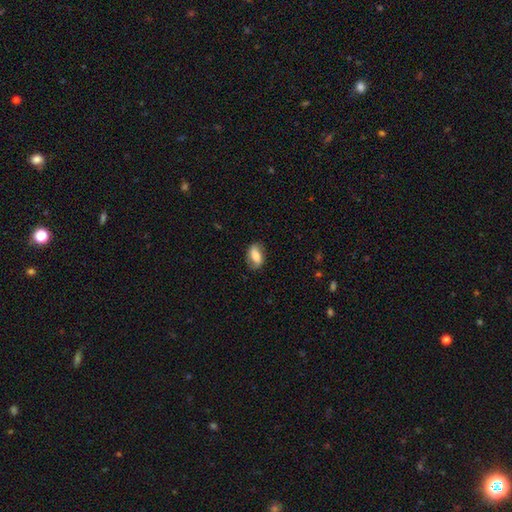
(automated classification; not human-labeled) This appears to be a smooth galaxy with no disk features (62%) that is in between round and cigar-shaped (85%). Merging: none (77%).